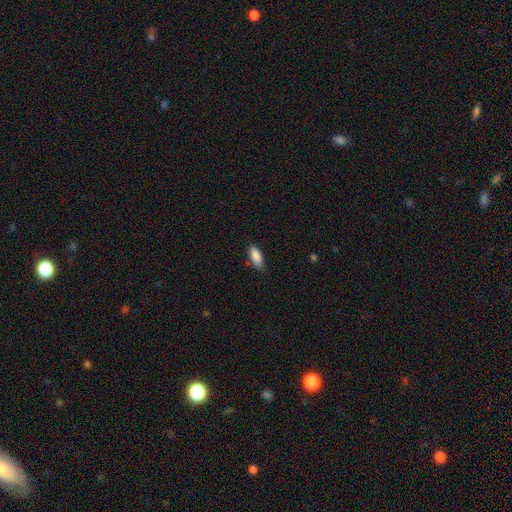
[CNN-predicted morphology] Smooth or featured: smooth — 88% (star or artifact — 7%)
How rounded: in between — 80% (cigar-shaped — 18%)
Merging: none — 75% (minor disturbance — 20%)